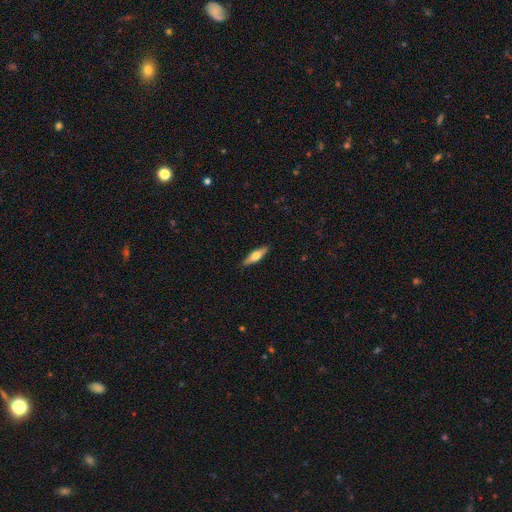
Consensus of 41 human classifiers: smooth-or-featured: featured or disk: 59% | smooth: 39% | star or artifact: 2%
  disk-edge-on: yes: 92% | no: 8%
    edge-on-bulge: rounded: 91% | none: 9% | boxy: 0%
  merging: none: 88% | minor disturbance: 12% | major disturbance: 0% | merger: 0%